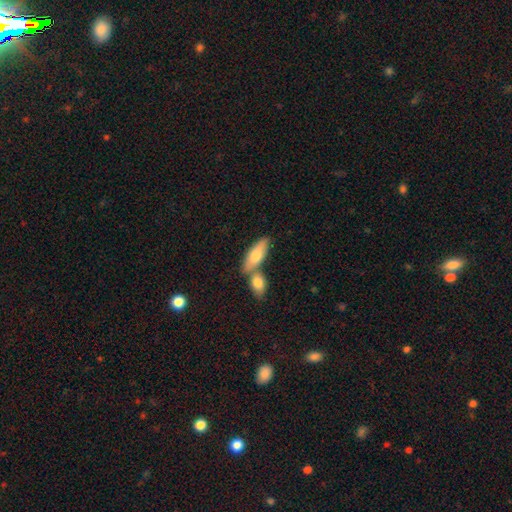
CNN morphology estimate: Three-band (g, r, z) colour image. It shows a smooth galaxy with no disk features (73%) that is in between round and cigar-shaped (69%). Merging: merger (45%).